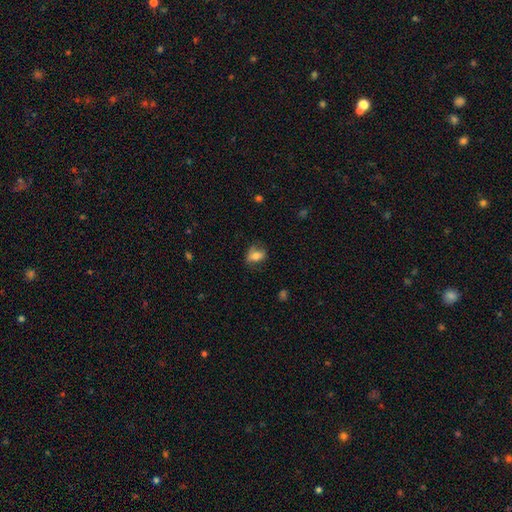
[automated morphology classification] type=smooth (72%); roundness=in between (75%); merging=none (62%).